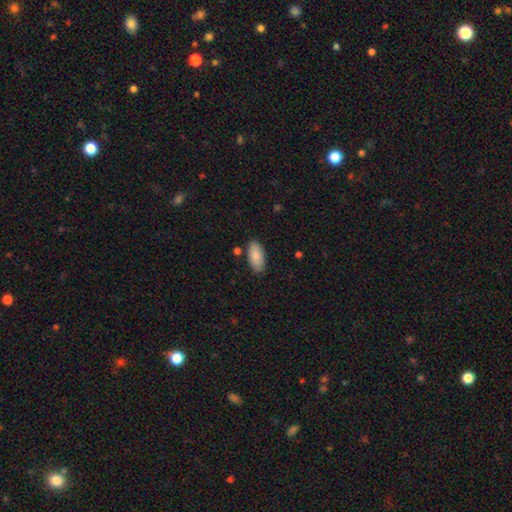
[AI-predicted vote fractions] Overall: smooth (86%). How rounded: in between (91%). Merging: none (83%).